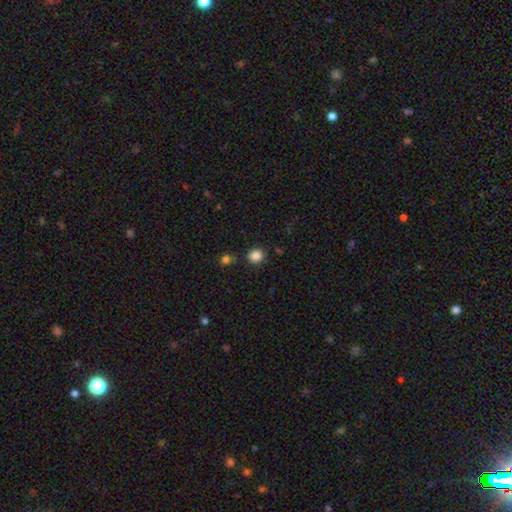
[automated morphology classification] This is clearly a smooth galaxy (85%). How rounded: clearly round (84%). Merging: clearly none (85%).